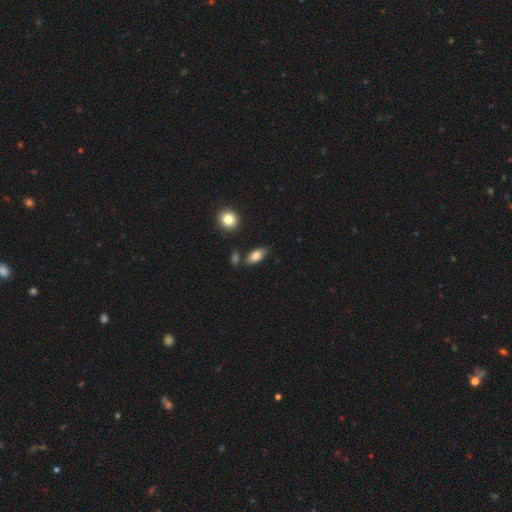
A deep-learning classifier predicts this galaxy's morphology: Smooth or featured?
  - smooth: 80% *
  - featured or disk: 12%
  - star or artifact: 7%
How rounded?
  - in between: 88% *
  - cigar-shaped: 7%
  - round: 5%
Merging?
  - none: 75% *
  - minor disturbance: 14%
  - merger: 8%
  - major disturbance: 3%